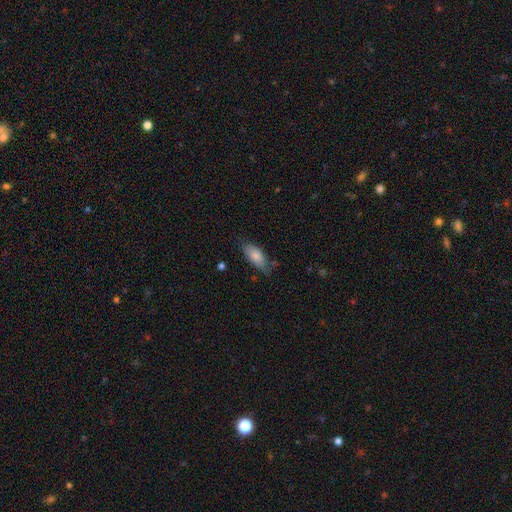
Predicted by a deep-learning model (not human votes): This appears to be a smooth galaxy with no disk features (80%) that is in between round and cigar-shaped (87%). Merging: none (60%).